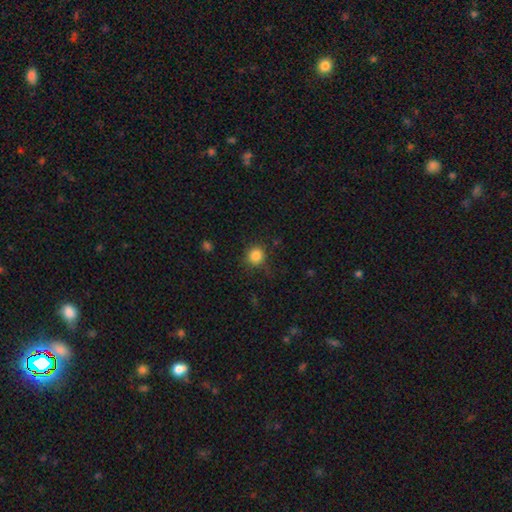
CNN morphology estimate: smooth_or_featured: smooth (p=0.85) [alt: star or artifact p=0.11]
how_rounded: round (p=0.90) [alt: in between p=0.09]
merging: none (p=0.84) [alt: minor disturbance p=0.11]